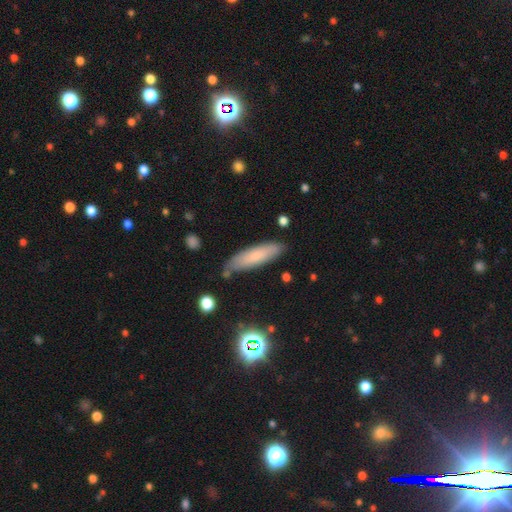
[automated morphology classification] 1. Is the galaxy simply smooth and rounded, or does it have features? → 73% smooth, 19% featured or disk, 8% star or artifact.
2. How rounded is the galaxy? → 69% cigar-shaped, 29% in between, 2% round.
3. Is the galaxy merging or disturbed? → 77% none, 17% minor disturbance, 3% major disturbance, 3% merger.